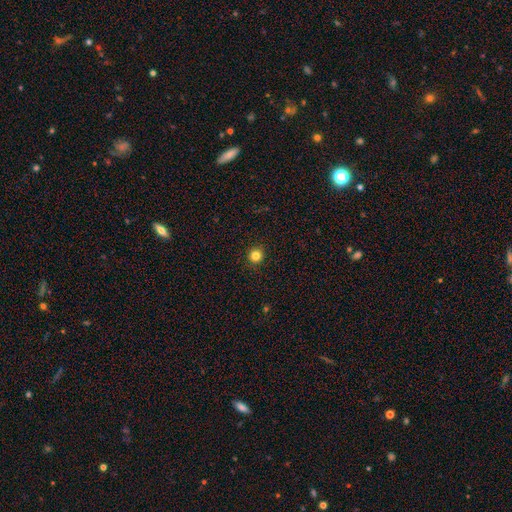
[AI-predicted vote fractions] A smooth galaxy with no disk features (83%) that is round (95%). Merging: none (93%).